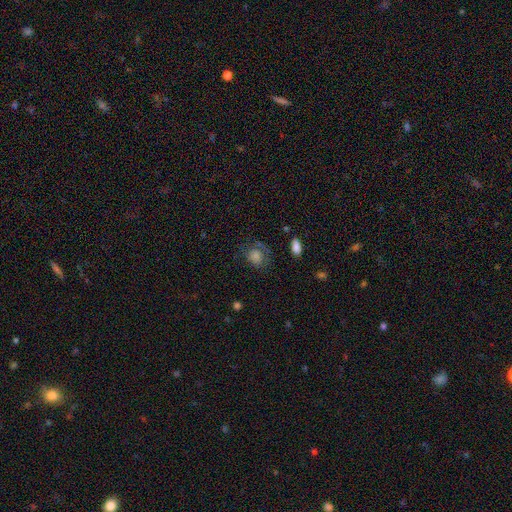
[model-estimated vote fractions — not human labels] Q: Smooth or featured?
A: smooth (57%); runner-up: featured or disk (23%)
Q: How rounded?
A: round (59%); runner-up: in between (39%)
Q: Merging?
A: none (59%); runner-up: minor disturbance (21%)